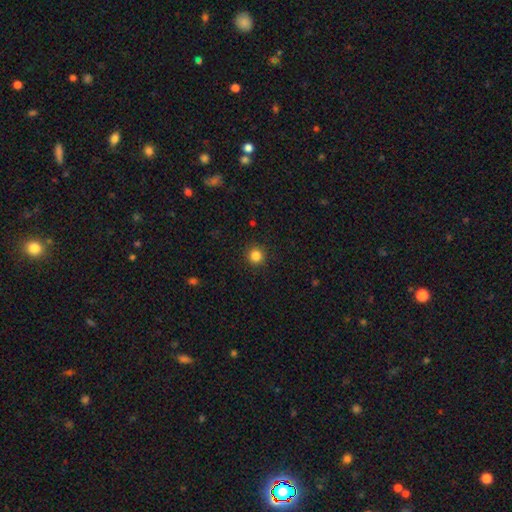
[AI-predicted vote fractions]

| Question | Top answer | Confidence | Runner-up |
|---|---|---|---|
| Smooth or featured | smooth | 84% | star or artifact (12%) |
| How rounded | round | 95% | in between (4%) |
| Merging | none | 92% | minor disturbance (5%) |